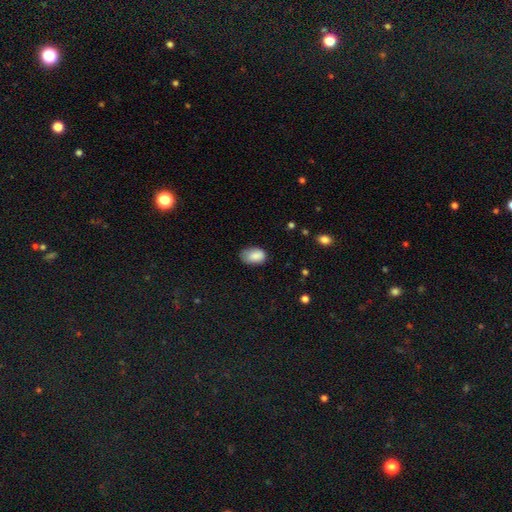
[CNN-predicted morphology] This is clearly a smooth galaxy (85%). How rounded: clearly in between (86%). Merging: possibly none (57%).